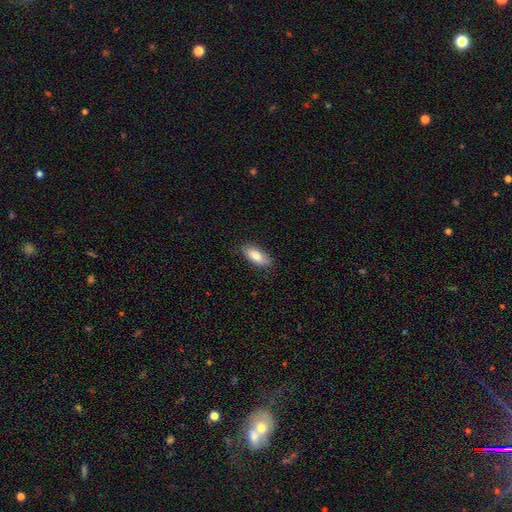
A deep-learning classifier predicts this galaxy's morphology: Smooth or featured? smooth (82%)
How rounded? in between (80%)
Merging? none (83%)